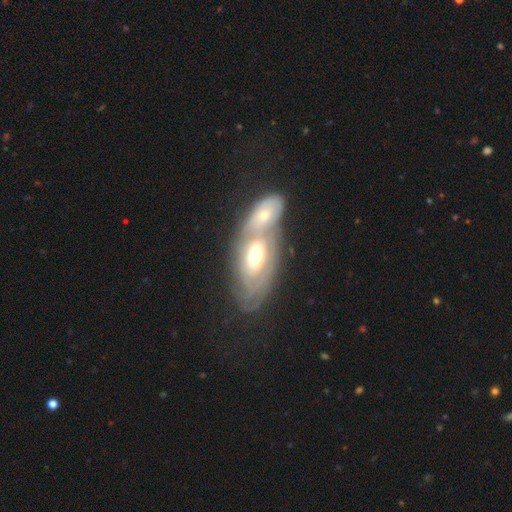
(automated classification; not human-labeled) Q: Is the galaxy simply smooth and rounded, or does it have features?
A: featured or disk — 66%.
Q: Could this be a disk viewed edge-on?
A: no — 89%.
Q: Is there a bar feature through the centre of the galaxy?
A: no — 69%.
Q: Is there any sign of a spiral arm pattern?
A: yes — 60%.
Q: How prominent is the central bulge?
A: moderate — 69%.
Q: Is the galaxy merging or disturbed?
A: merger — 62%.